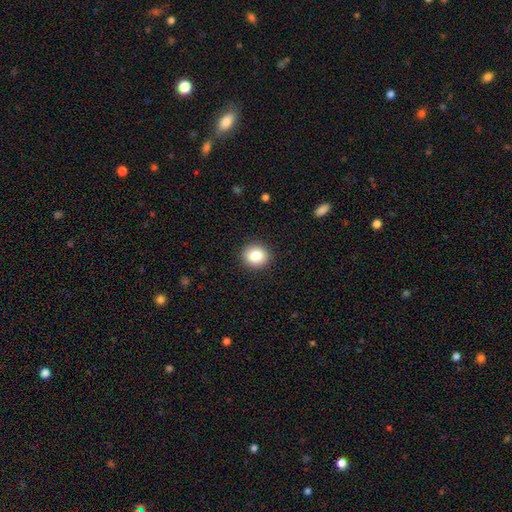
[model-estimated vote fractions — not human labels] This is clearly a smooth galaxy (85%). How rounded: clearly round (81%). Merging: clearly none (91%).